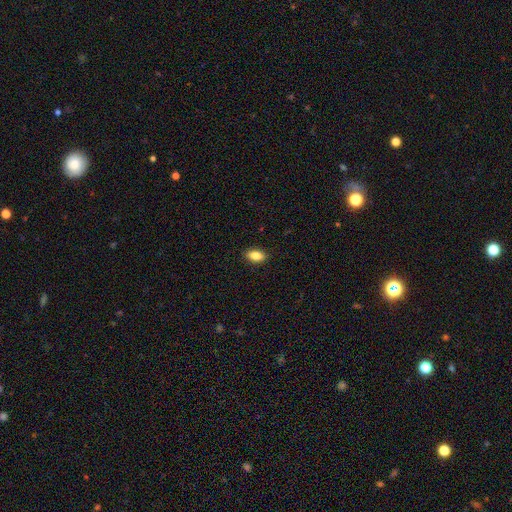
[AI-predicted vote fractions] A smooth galaxy with no disk features (83%) that is in between round and cigar-shaped (89%).

Vote fractions:
- Smooth or featured? smooth: 83% / featured or disk: 9% / star or artifact: 8%
- How rounded? in between: 89% / cigar-shaped: 6% / round: 5%
- Merging? none: 89% / minor disturbance: 8% / major disturbance: 2% / merger: 1%